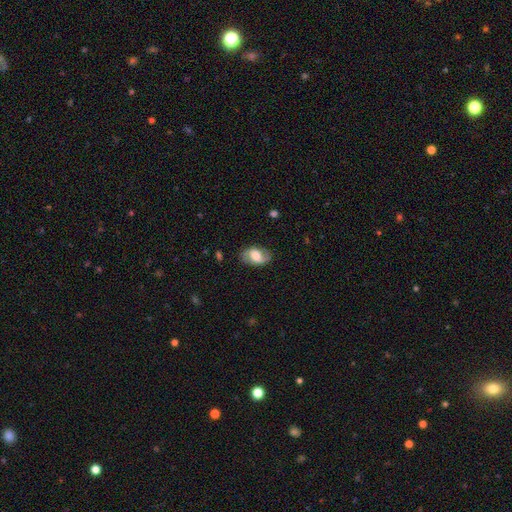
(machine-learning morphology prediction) Smooth or featured?
  - featured or disk: 54% *
  - smooth: 38%
  - star or artifact: 8%
Edge-on disk?
  - no: 95% *
  - yes: 5%
Bar?
  - no: 45% *
  - weak: 40%
  - strong: 14%
Spiral arms?
  - yes: 83% *
  - no: 17%
Bulge size?
  - large: 44% *
  - moderate: 31%
  - small: 10%
  - none: 8%
  - dominant: 7%
Merging?
  - none: 77% *
  - minor disturbance: 16%
  - major disturbance: 5%
  - merger: 1%